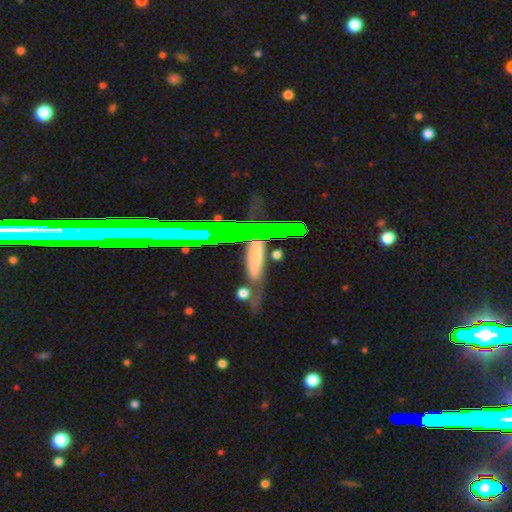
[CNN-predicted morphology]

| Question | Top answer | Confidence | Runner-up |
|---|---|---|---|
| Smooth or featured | smooth | 38% | featured or disk (37%) |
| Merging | none | 66% | minor disturbance (18%) |